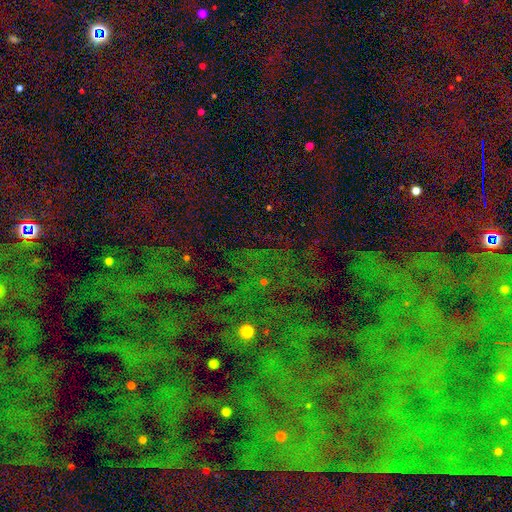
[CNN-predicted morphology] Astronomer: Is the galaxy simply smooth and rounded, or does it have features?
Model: star or artifact — 81%.